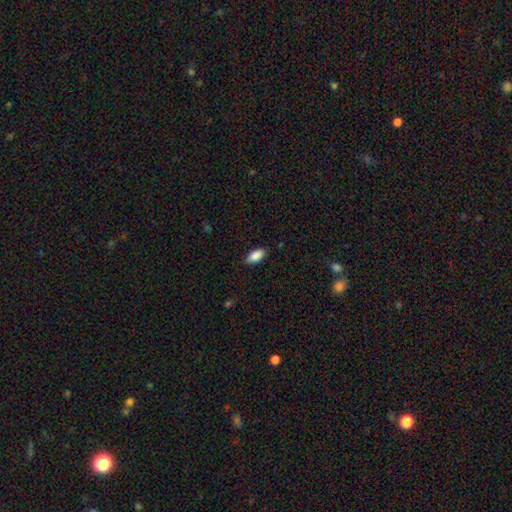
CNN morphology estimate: Smooth or featured? smooth (87%)
How rounded? in between (90%)
Merging? none (86%)